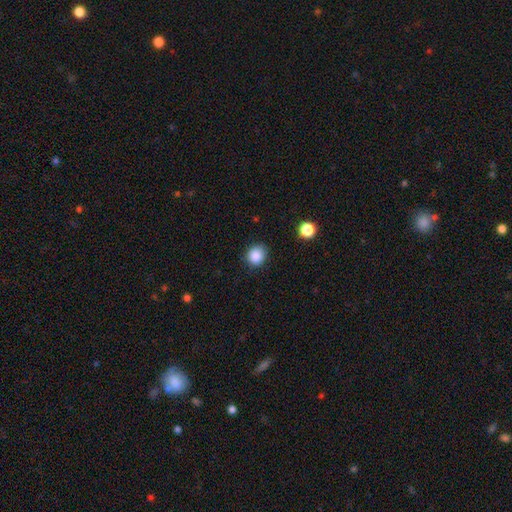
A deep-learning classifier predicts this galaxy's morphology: smooth_or_featured: smooth (p=0.87) [alt: star or artifact p=0.10]
how_rounded: round (p=0.83) [alt: in between p=0.16]
merging: none (p=0.84) [alt: minor disturbance p=0.12]